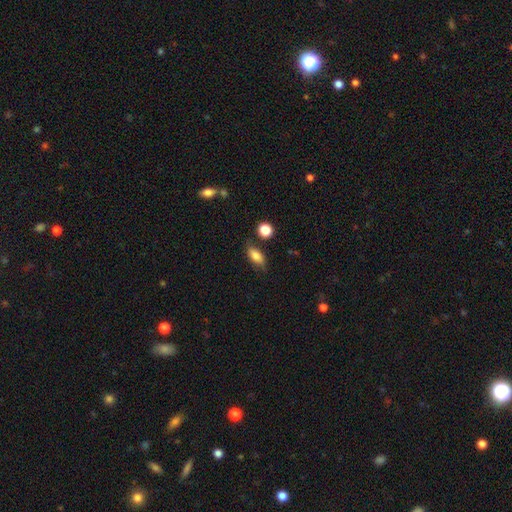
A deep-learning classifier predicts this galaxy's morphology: Smooth or featured: smooth — 79% (featured or disk — 12%)
How rounded: in between — 81% (cigar-shaped — 12%)
Merging: none — 74% (minor disturbance — 17%)